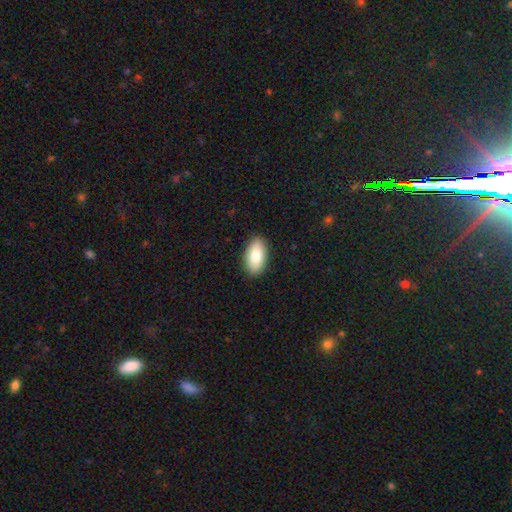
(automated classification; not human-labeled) Q: Smooth or featured?
A: smooth (84%); runner-up: featured or disk (10%)
Q: How rounded?
A: in between (94%); runner-up: cigar-shaped (3%)
Q: Merging?
A: none (89%); runner-up: minor disturbance (8%)